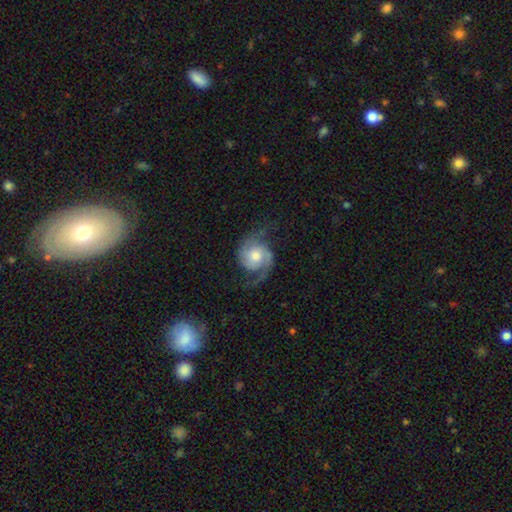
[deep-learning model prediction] Q: Smooth or featured?
A: featured or disk (83%); runner-up: smooth (11%)
Q: Edge-on disk?
A: no (98%); runner-up: yes (2%)
Q: Bar?
A: no (70%); runner-up: weak (25%)
Q: Spiral arms?
A: yes (97%); runner-up: no (3%)
Q: Spiral winding?
A: medium (46%); runner-up: loose (35%)
Q: Spiral arm count?
A: 2 (89%); runner-up: can't tell (3%)
Q: Bulge size?
A: moderate (62%); runner-up: small (24%)
Q: Merging?
A: none (67%); runner-up: minor disturbance (18%)